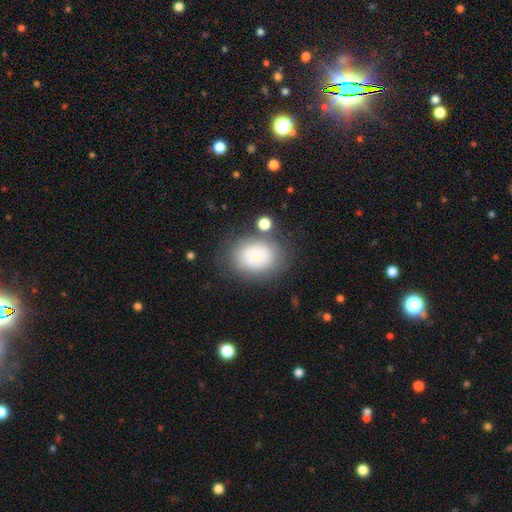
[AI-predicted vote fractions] smooth-or-featured: smooth: 81% | featured or disk: 10% | star or artifact: 9%
  how-rounded: in between: 60% | round: 39% | cigar-shaped: 1%
  merging: none: 68% | minor disturbance: 18% | major disturbance: 9% | merger: 6%